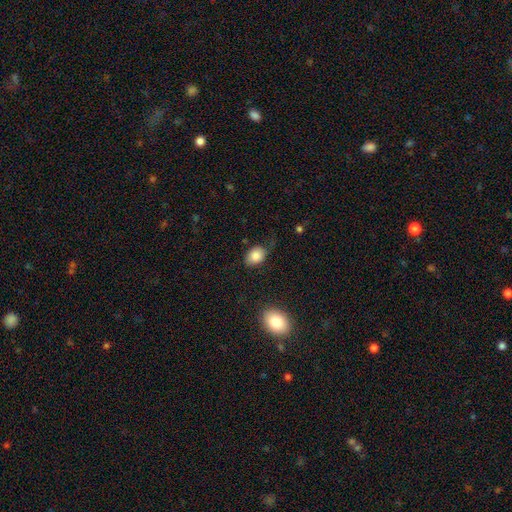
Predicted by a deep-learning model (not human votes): This is clearly a smooth galaxy (85%). How rounded: likely in between (73%). Merging: likely none (69%).